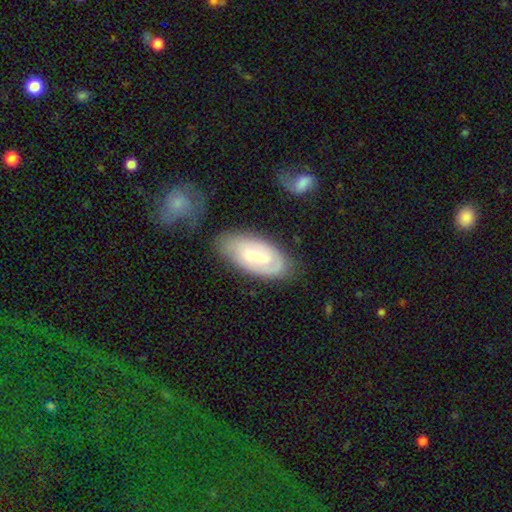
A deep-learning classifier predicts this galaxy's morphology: smooth-or-featured: featured or disk: 50% | smooth: 43% | star or artifact: 6%
  disk-edge-on: no: 92% | yes: 8%
  merging: none: 72% | minor disturbance: 18% | major disturbance: 5% | merger: 5%